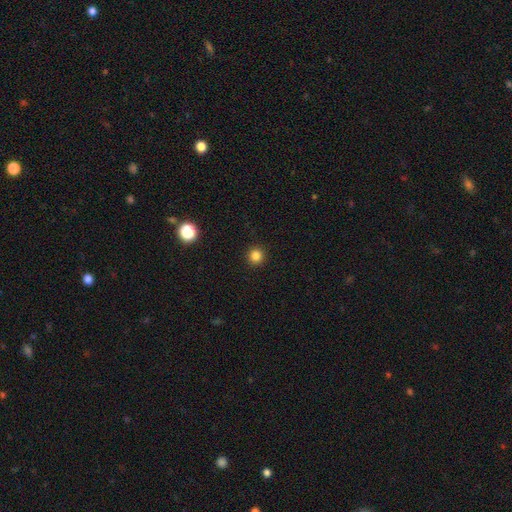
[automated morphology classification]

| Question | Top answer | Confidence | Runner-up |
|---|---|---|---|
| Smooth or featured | smooth | 83% | star or artifact (13%) |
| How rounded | round | 94% | in between (5%) |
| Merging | none | 93% | minor disturbance (5%) |